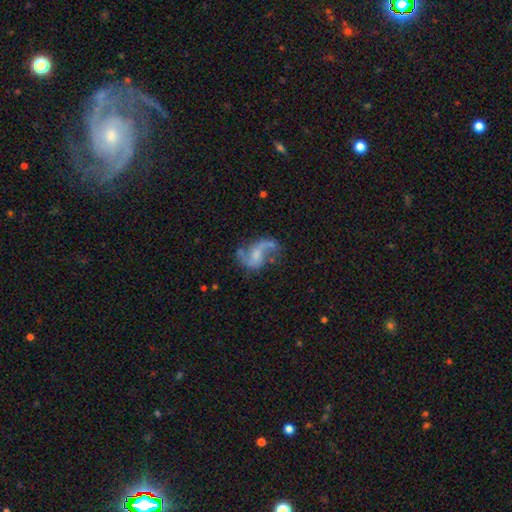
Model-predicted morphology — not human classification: The model was most divided on "bar": no: 48%, weak: 41%, strong: 11%. Remaining: edge-on disk — no (97%); spiral arms — yes (91%); spiral arm count — 2 (85%); smooth or featured — featured or disk (81%); spiral winding — loose (72%); merging — none (55%); bulge size — small (42%).